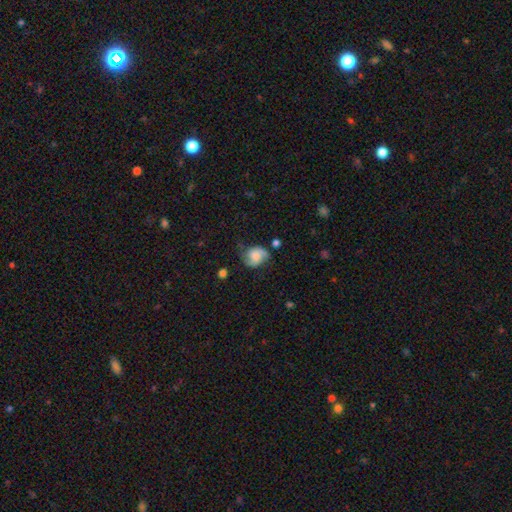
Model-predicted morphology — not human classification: Smooth or featured: featured or disk — 58% (smooth — 33%)
Edge-on disk: no — 97% (yes — 3%)
Bar: no — 60% (weak — 33%)
Spiral arms: yes — 91% (no — 9%)
Spiral winding: medium — 43% (loose — 37%)
Spiral arm count: 2 — 84% (can't tell — 7%)
Bulge size: moderate — 31% (small — 27%)
Merging: none — 57% (minor disturbance — 27%)